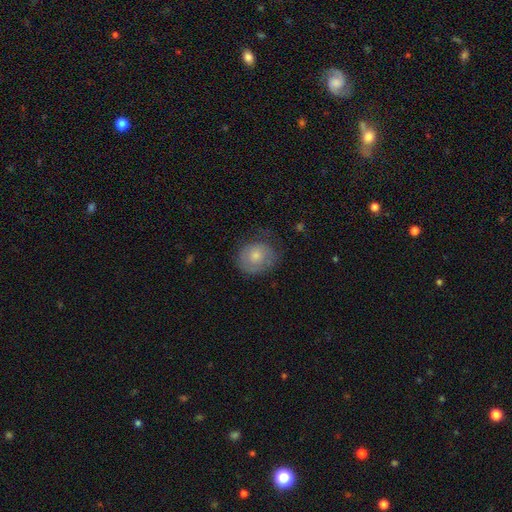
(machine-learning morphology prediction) Smooth or featured? smooth (67%)
How rounded? round (70%)
Merging? none (59%)